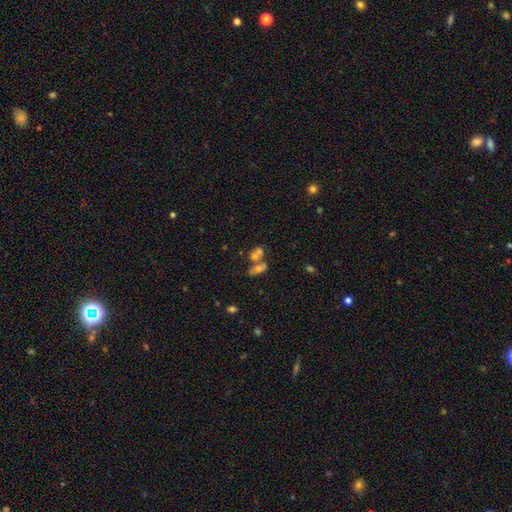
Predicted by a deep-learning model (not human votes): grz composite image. It shows a smooth galaxy with no disk features (52%) that is in between round and cigar-shaped (60%). Merging: merger (53%).